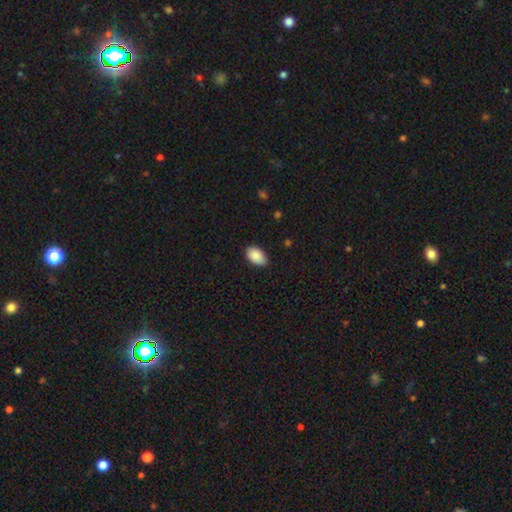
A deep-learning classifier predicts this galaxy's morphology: Overall: smooth (89%). How rounded: in between (92%). Merging: none (79%).